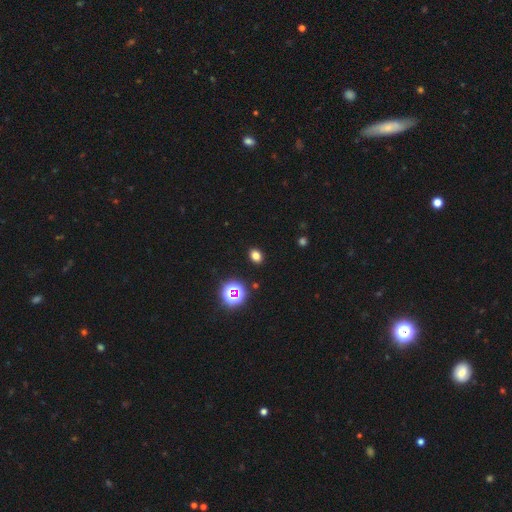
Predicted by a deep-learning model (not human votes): Overall: smooth (76%). How rounded: in between (64%; round 35%). Merging: none (90%).